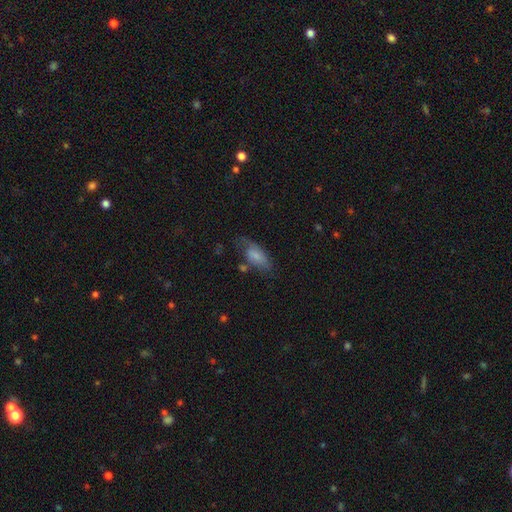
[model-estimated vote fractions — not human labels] The model was most divided on "merging": none: 45%, minor disturbance: 30%, major disturbance: 18%, merger: 6%. More confident: how rounded — in between (85%); smooth or featured — smooth (71%).